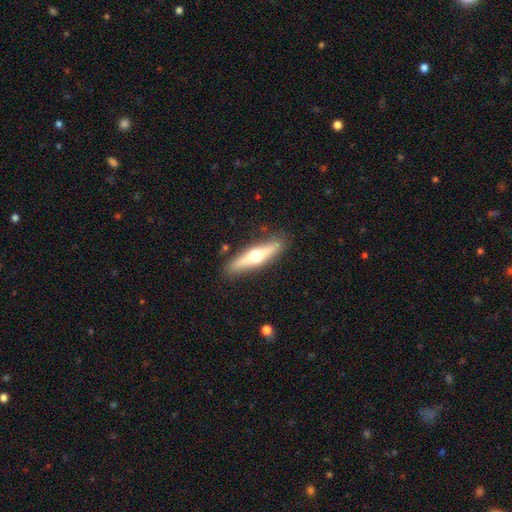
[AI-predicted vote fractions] smooth_or_featured: featured or disk (p=0.62) [alt: smooth p=0.33]
disk_edge_on: yes (p=0.94) [alt: no p=0.06]
edge_on_bulge: rounded (p=0.95) [alt: none p=0.03]
merging: none (p=0.87) [alt: minor disturbance p=0.09]